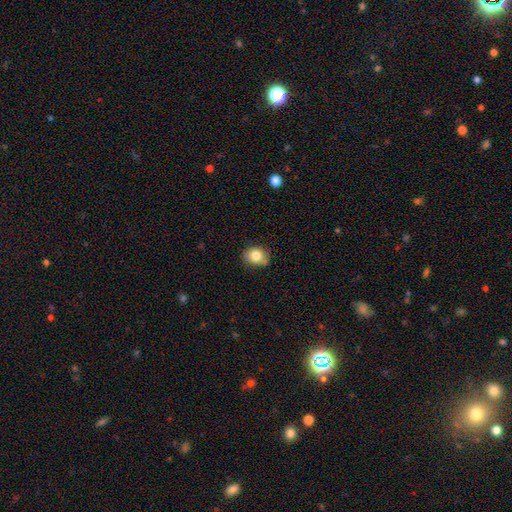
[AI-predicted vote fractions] Smooth or featured?
  - smooth: 80% *
  - featured or disk: 10%
  - star or artifact: 10%
How rounded?
  - round: 62% *
  - in between: 37%
  - cigar-shaped: 1%
Merging?
  - none: 73% *
  - minor disturbance: 20%
  - merger: 4%
  - major disturbance: 4%